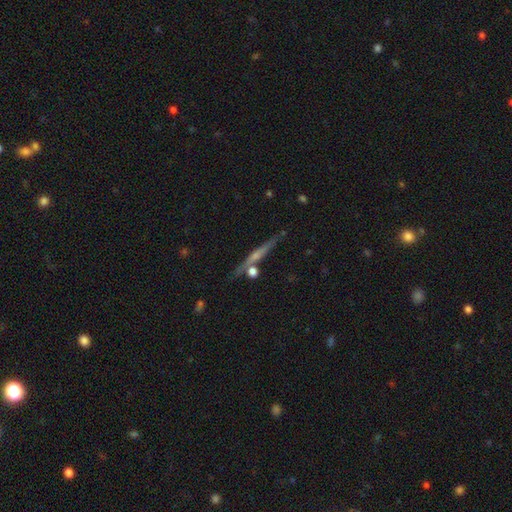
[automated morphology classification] featured or disk 62%, smooth 23%, star or artifact 15%. Down the decision tree: edge-on disk — yes (91%); edge-on bulge — rounded (63%); merging — none (72%).